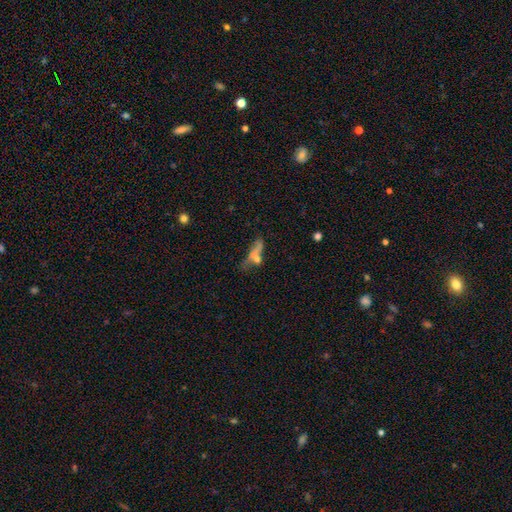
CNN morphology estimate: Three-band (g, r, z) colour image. It shows a smooth galaxy with no disk features (57%) that is cigar-shaped (51%). Merging: merger (30%, tied with none).